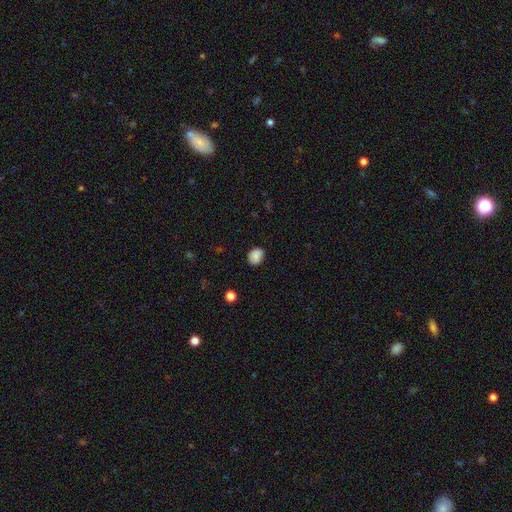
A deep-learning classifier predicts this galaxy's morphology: Smooth or featured? smooth (85%)
How rounded? round (53%)
Merging? none (80%)